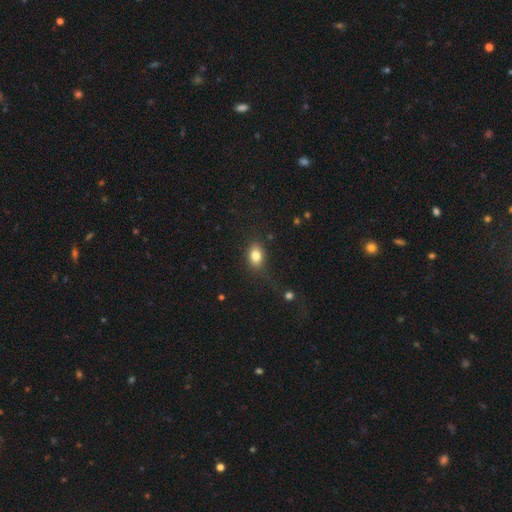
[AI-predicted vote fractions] The model was most divided on "how rounded": in between: 78%, round: 20%, cigar-shaped: 2%. More confident: smooth or featured — smooth (81%); merging — none (77%).